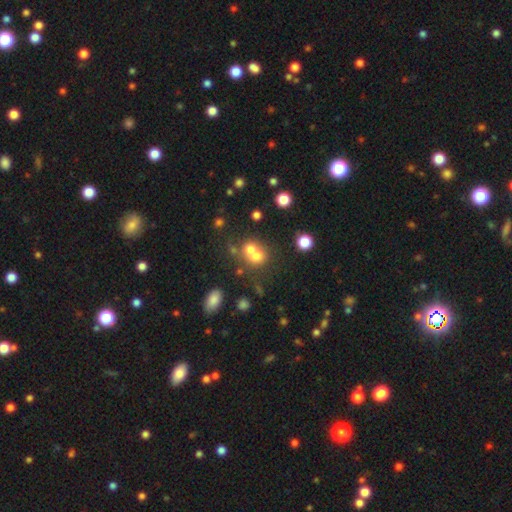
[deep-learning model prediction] Smooth or featured?
  - smooth: 66% *
  - featured or disk: 19%
  - star or artifact: 14%
How rounded?
  - round: 76% *
  - in between: 23%
  - cigar-shaped: 1%
Merging?
  - merger: 61% *
  - none: 29%
  - minor disturbance: 6%
  - major disturbance: 4%